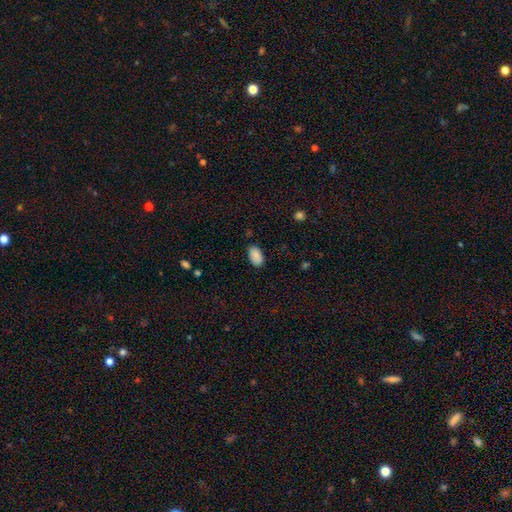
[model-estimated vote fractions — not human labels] A smooth galaxy with no disk features (87%) that is in between round and cigar-shaped (94%). Merging: none (79%).